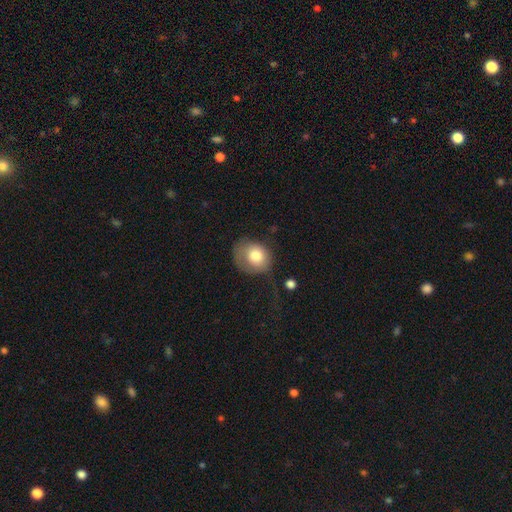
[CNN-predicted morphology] Smooth or featured? smooth (76%)
How rounded? round (64%)
Merging? none (42%)